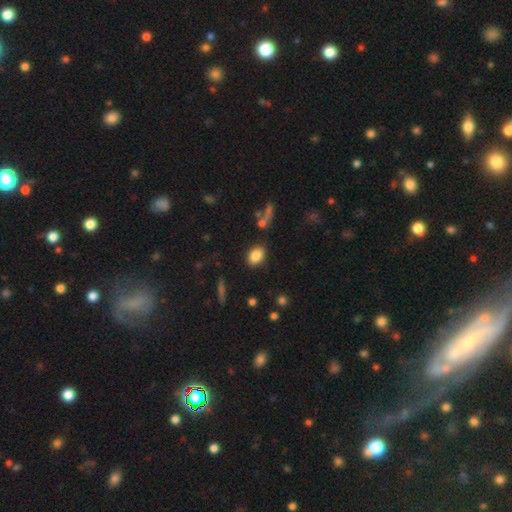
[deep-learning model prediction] Q: Smooth or featured?
A: smooth (84%); runner-up: star or artifact (9%)
Q: How rounded?
A: in between (74%); runner-up: round (24%)
Q: Merging?
A: none (85%); runner-up: minor disturbance (9%)